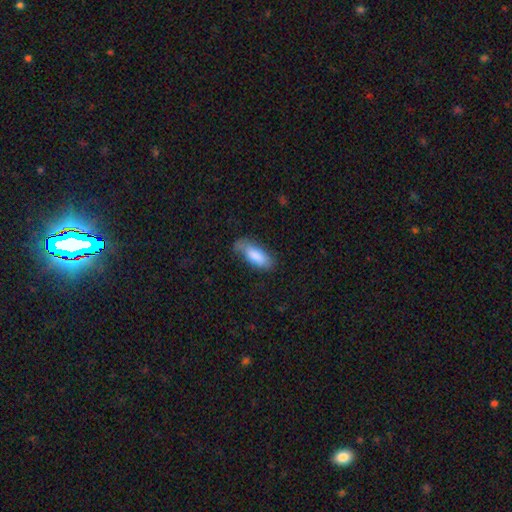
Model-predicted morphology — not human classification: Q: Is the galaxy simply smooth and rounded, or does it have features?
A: smooth — 83%.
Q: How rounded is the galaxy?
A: in between — 77%.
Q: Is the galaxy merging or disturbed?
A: none — 61%.